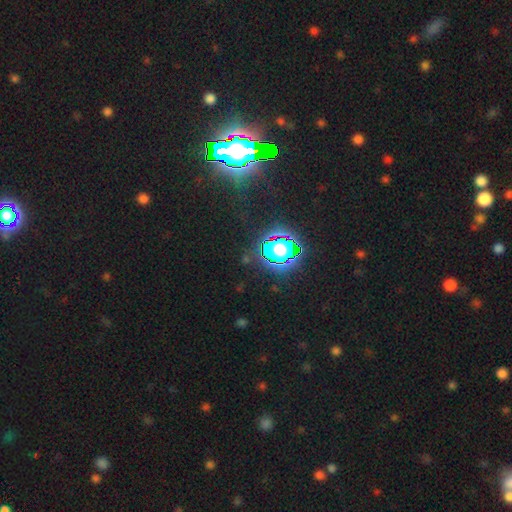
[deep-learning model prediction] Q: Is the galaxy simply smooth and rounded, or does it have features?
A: star or artifact — 80%.